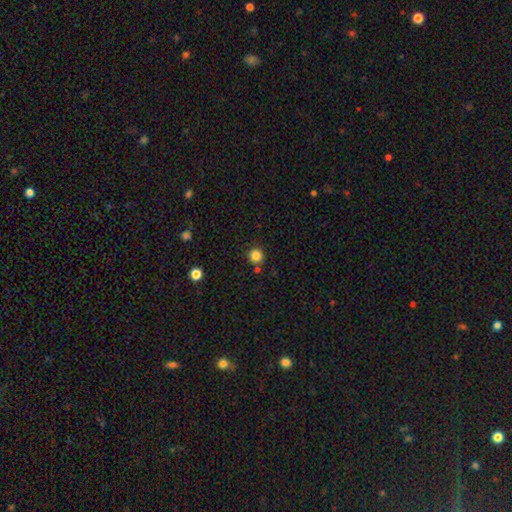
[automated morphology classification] Smooth or featured: smooth — 85% (star or artifact — 12%)
How rounded: round — 94% (in between — 5%)
Merging: none — 84% (minor disturbance — 8%)